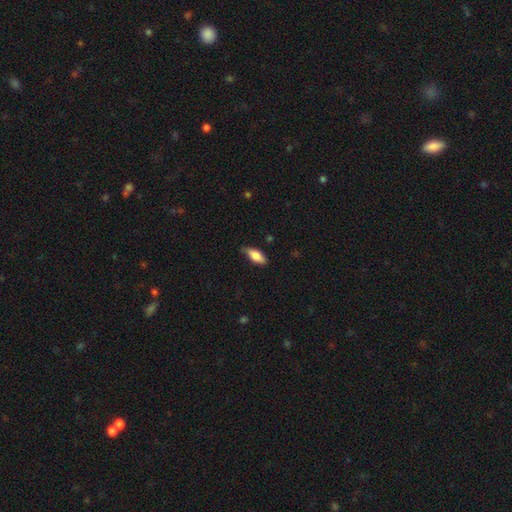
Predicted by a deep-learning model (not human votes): smooth_or_featured: smooth (p=0.76) [alt: featured or disk p=0.18]
how_rounded: in between (p=0.79) [alt: cigar-shaped p=0.19]
merging: none (p=0.70) [alt: minor disturbance p=0.24]